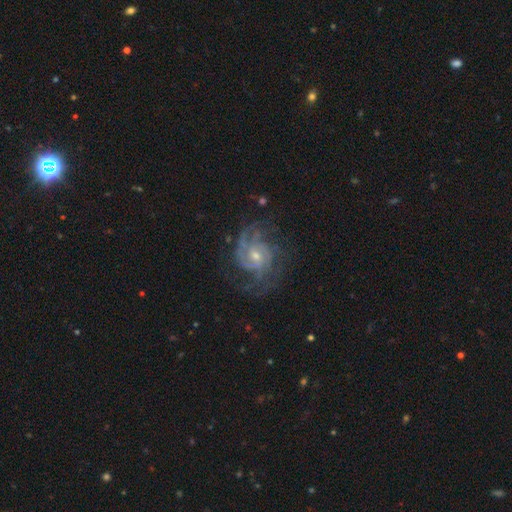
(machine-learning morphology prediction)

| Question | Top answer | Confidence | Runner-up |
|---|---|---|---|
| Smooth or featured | featured or disk | 89% | smooth (6%) |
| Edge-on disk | no | 98% | yes (2%) |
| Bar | no | 62% | weak (32%) |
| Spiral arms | yes | 97% | no (3%) |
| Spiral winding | tight | 56% | medium (35%) |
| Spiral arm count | can't tell | 25% | tied: 3 (25%) |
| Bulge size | small | 51% | moderate (44%) |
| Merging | none | 65% | minor disturbance (19%) |